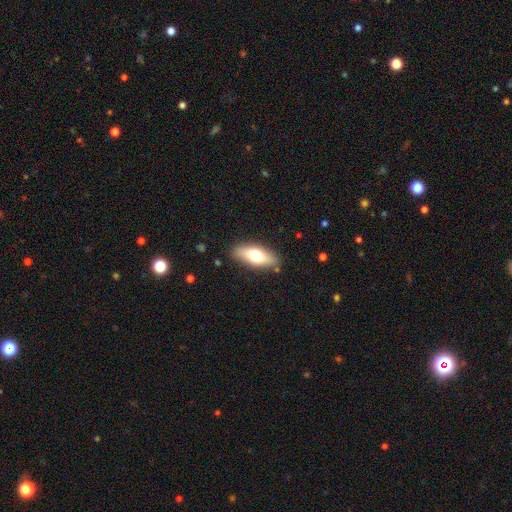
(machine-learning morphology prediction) This is likely a smooth galaxy (65%). How rounded: likely in between (75%). Merging: clearly none (86%).